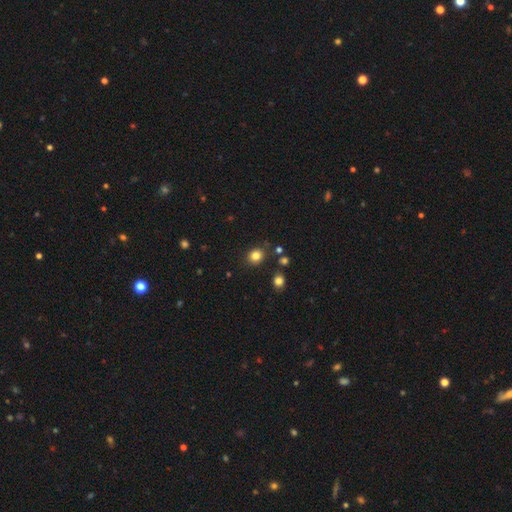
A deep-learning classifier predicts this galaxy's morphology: smooth-or-featured: smooth: 82% | star or artifact: 13% | featured or disk: 5%
  how-rounded: round: 73% | in between: 27% | cigar-shaped: 1%
  merging: none: 85% | minor disturbance: 9% | merger: 3% | major disturbance: 3%